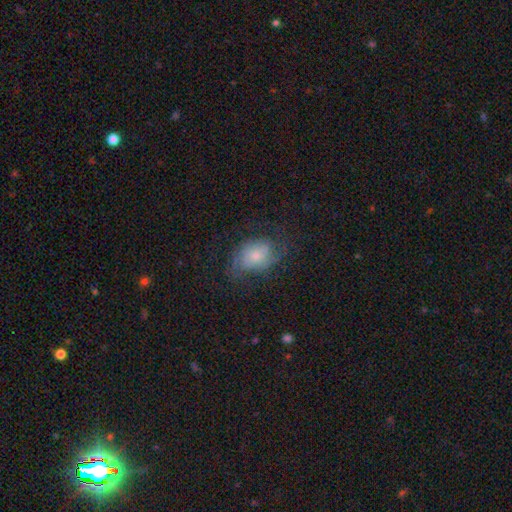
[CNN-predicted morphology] smooth-or-featured: featured or disk: 47% | smooth: 44% | star or artifact: 9%
  merging: none: 54% | minor disturbance: 23% | major disturbance: 21% | merger: 1%